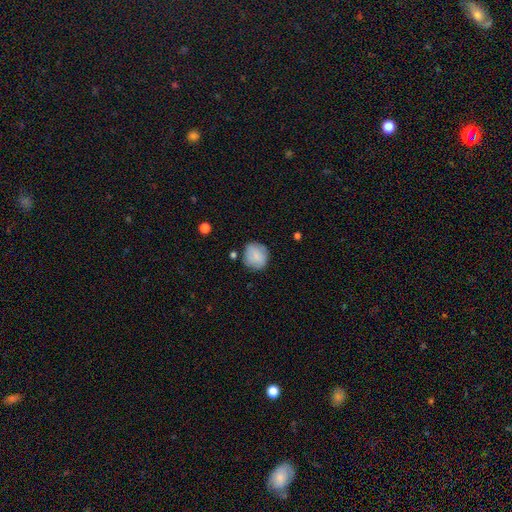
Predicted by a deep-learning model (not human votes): smooth_or_featured: smooth (p=0.79) [alt: featured or disk p=0.13]
how_rounded: round (p=0.81) [alt: in between p=0.18]
merging: none (p=0.76) [alt: minor disturbance p=0.17]